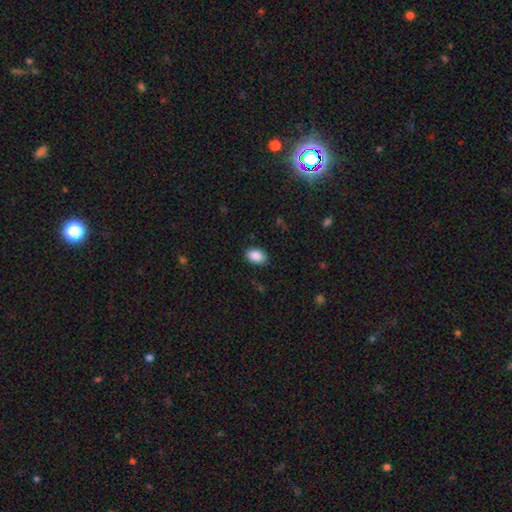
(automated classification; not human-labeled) Q: Smooth or featured?
A: smooth (90%); runner-up: star or artifact (7%)
Q: How rounded?
A: in between (86%); runner-up: round (13%)
Q: Merging?
A: none (87%); runner-up: minor disturbance (10%)